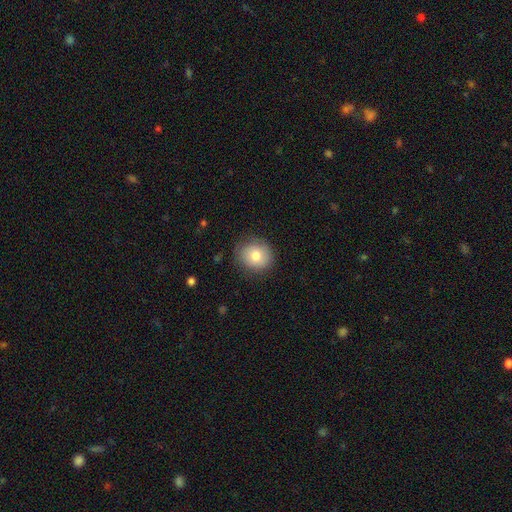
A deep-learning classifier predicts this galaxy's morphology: smooth_or_featured: smooth (p=0.80) [alt: featured or disk p=0.12]
how_rounded: round (p=0.70) [alt: in between p=0.29]
merging: none (p=0.81) [alt: minor disturbance p=0.15]